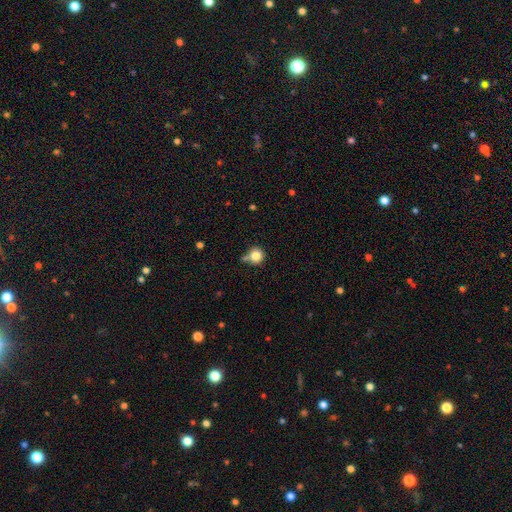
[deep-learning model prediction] A smooth galaxy with no disk features (82%) that is round (92%). Merging: none (65%).